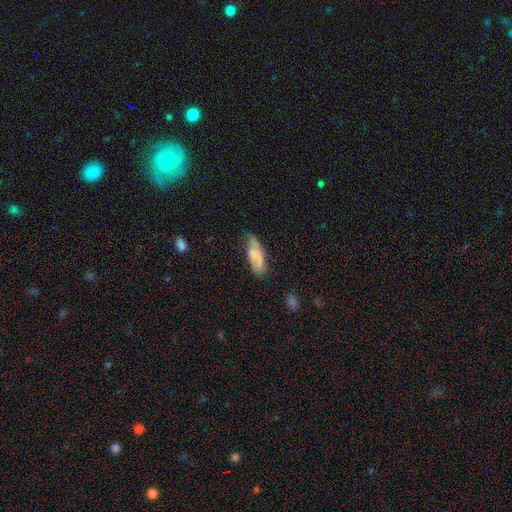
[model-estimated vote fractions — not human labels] Smooth or featured? Predicted: smooth (p=0.70). How rounded? Predicted: in between (p=0.71). Merging? Predicted: none (p=0.56).